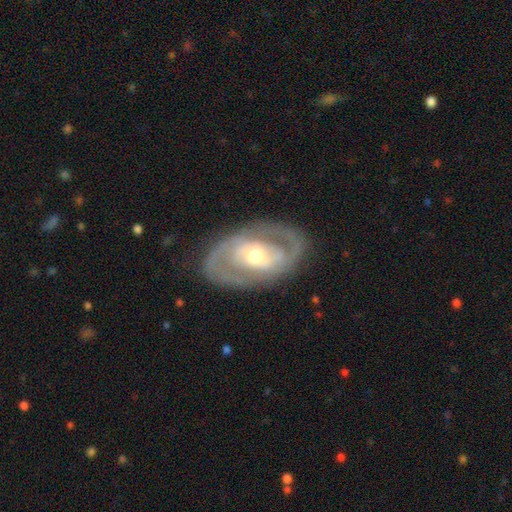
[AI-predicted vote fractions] This is clearly a featured or disk galaxy (83%). It is clearly not viewed edge-on (94%). Bar: possibly no (48%). Spiral arm pattern: clearly yes (80%). Spiral arm count: clearly 2 (81%). Spiral winding: possibly tight (46%). Central bulge: likely moderate (62%). Merging: clearly none (81%).